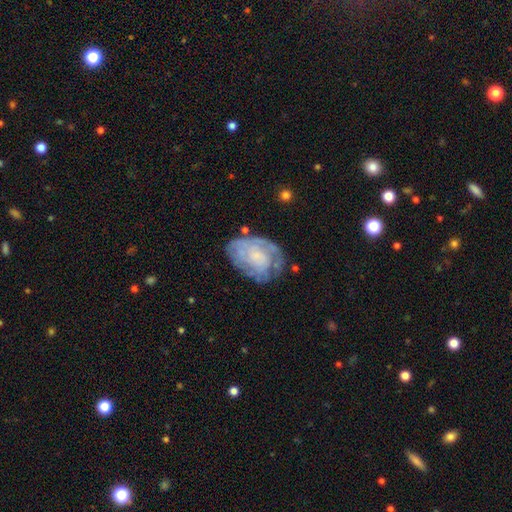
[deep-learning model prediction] smooth-or-featured: featured or disk: 68% | smooth: 24% | star or artifact: 8%
  disk-edge-on: no: 97% | yes: 3%
    bar: no: 78% | weak: 19% | strong: 3%
    has-spiral-arms: yes: 77% | no: 23%
      spiral-winding: tight: 63% | medium: 26% | loose: 10%
      spiral-arm-count: can't tell: 54% | 2: 17% | 3: 10% | 1: 9% | 4: 5% | more than 4: 4%
    bulge-size: small: 44% | none: 29% | moderate: 19% | large: 6% | dominant: 2%
  merging: none: 61% | minor disturbance: 24% | major disturbance: 13% | merger: 3%